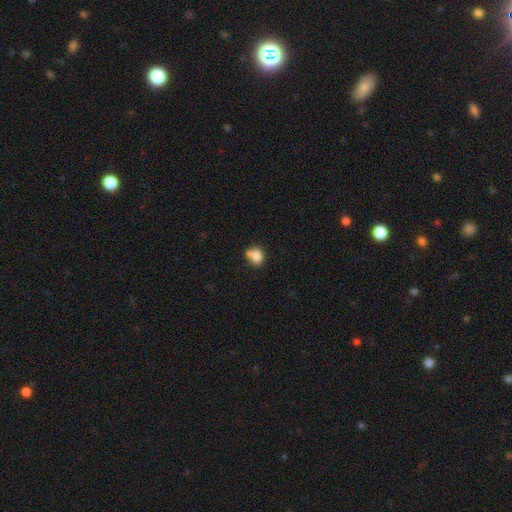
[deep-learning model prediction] Smooth or featured?
  - smooth: 79% *
  - featured or disk: 11%
  - star or artifact: 10%
How rounded?
  - round: 55% *
  - in between: 44%
  - cigar-shaped: 1%
Merging?
  - none: 45% *
  - merger: 37%
  - minor disturbance: 14%
  - major disturbance: 5%